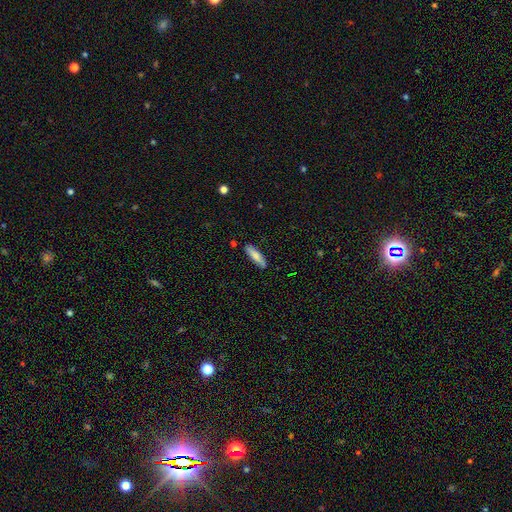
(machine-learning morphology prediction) Smooth or featured: smooth — 77% (featured or disk — 17%)
How rounded: cigar-shaped — 67% (in between — 31%)
Merging: none — 86% (minor disturbance — 11%)